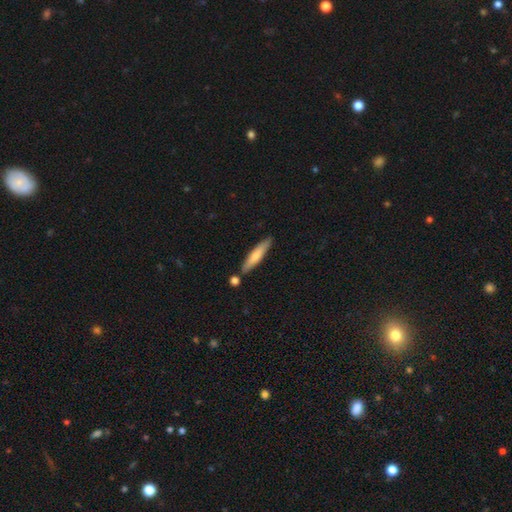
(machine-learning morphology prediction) type=smooth (69%); roundness=cigar-shaped (88%); merging=none (81%).